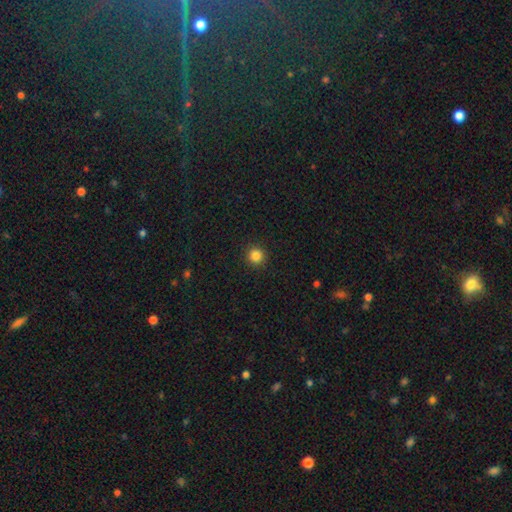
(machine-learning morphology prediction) smooth 85%, star or artifact 12%, featured or disk 4%. Down the decision tree: how rounded — round (95%); merging — none (92%).